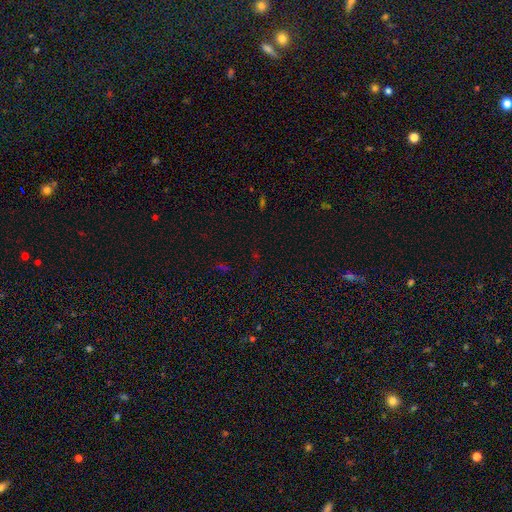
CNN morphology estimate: smooth-or-featured: star or artifact: 66% | smooth: 26% | featured or disk: 8%